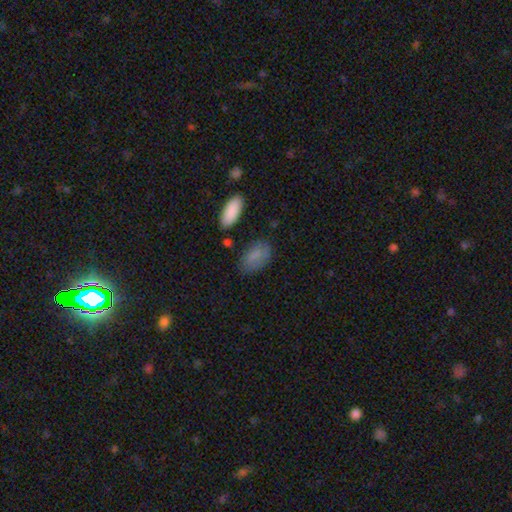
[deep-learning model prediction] A smooth galaxy with no disk features (80%) that is in between round and cigar-shaped (91%). Merging: none (73%).